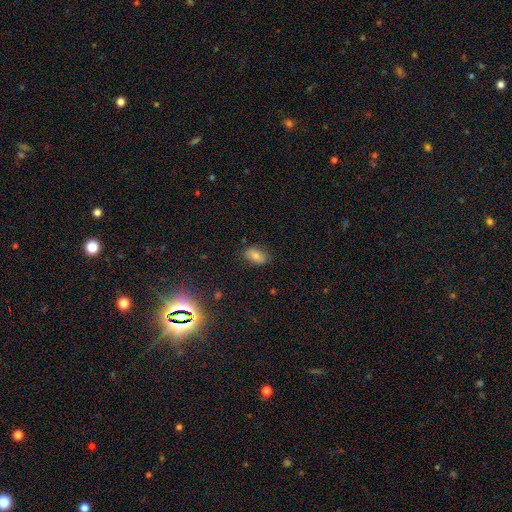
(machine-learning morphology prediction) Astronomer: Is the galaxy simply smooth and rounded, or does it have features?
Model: smooth — 71%.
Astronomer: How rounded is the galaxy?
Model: in between — 90%.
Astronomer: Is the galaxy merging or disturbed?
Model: none — 80%.